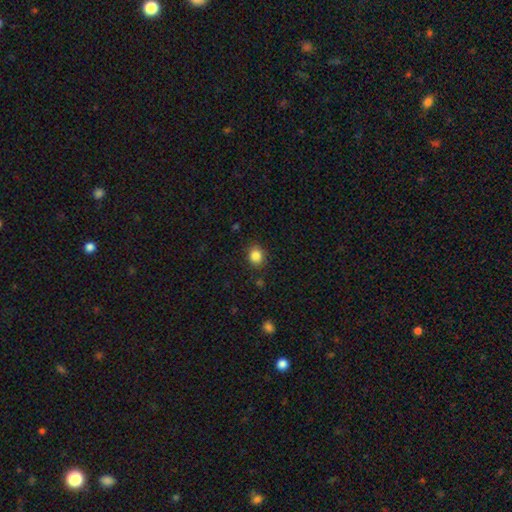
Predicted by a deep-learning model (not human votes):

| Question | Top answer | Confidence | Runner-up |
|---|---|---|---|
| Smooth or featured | smooth | 85% | star or artifact (10%) |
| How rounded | round | 69% | in between (30%) |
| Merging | none | 87% | minor disturbance (9%) |